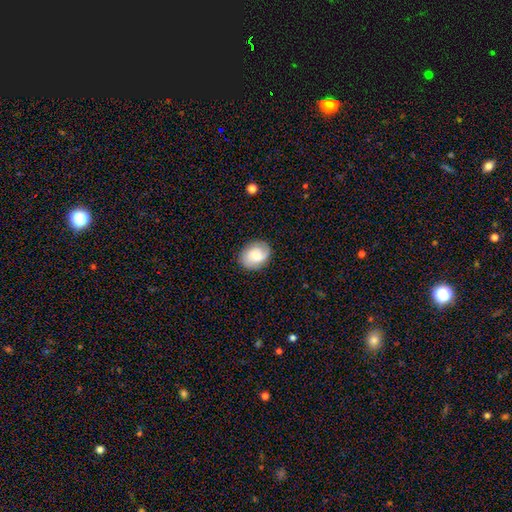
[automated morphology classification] type=smooth (64%); roundness=in between (56%); merging=none (83%).